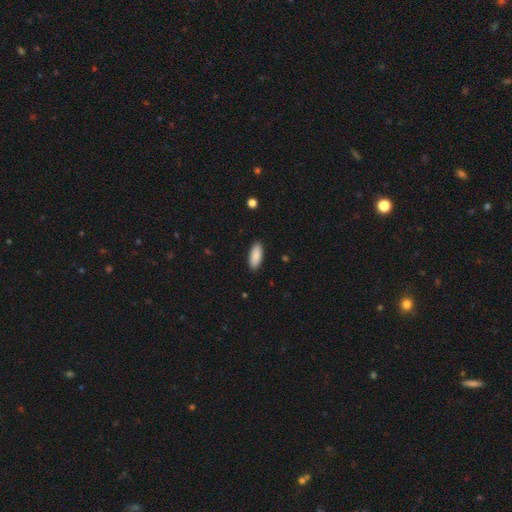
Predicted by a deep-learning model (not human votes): Smooth or featured? smooth (90%)
How rounded? in between (84%)
Merging? none (90%)